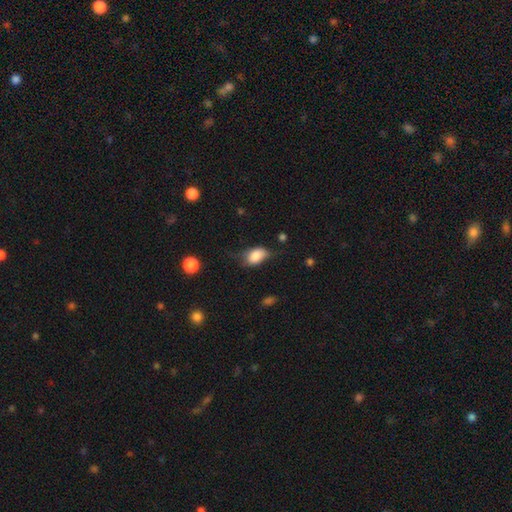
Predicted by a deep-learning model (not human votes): A smooth galaxy with no disk features (78%) that is in between round and cigar-shaped (85%). Merging: none (39%, tied with minor disturbance).